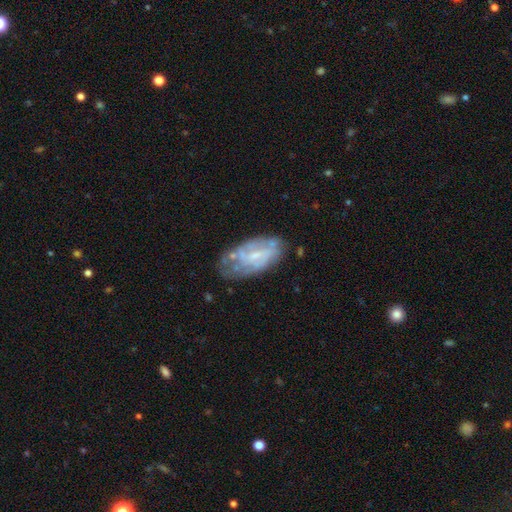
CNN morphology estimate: A featured or disk galaxy (69%) with a weak bar (48%), spiral arms (65%) and a small central bulge (54%). Merging: none (55%).